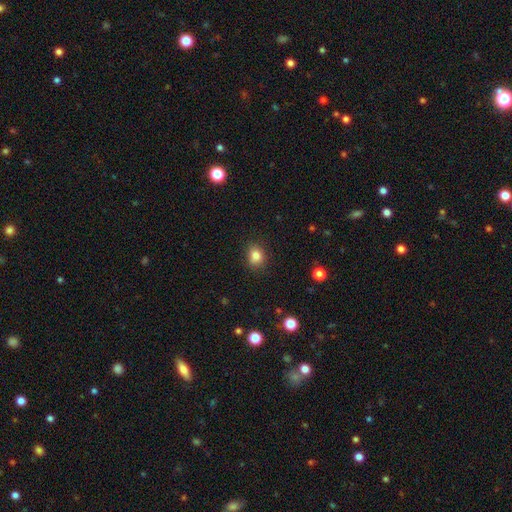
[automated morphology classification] A smooth galaxy with no disk features (83%) that is round (60%). Merging: none (86%).